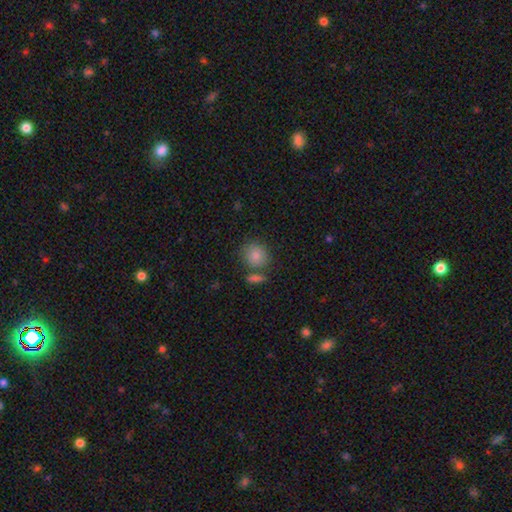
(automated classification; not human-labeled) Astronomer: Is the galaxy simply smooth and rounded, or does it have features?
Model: smooth — 81%.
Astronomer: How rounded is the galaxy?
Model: round — 76%.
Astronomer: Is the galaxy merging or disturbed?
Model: none — 70%.